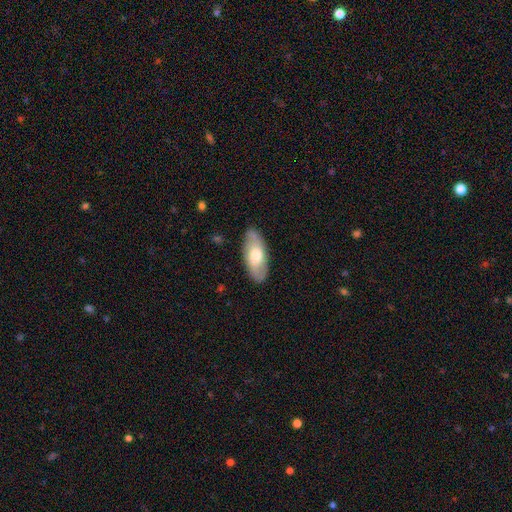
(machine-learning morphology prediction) Smooth or featured? smooth (55%)
How rounded? in between (86%)
Merging? none (85%)